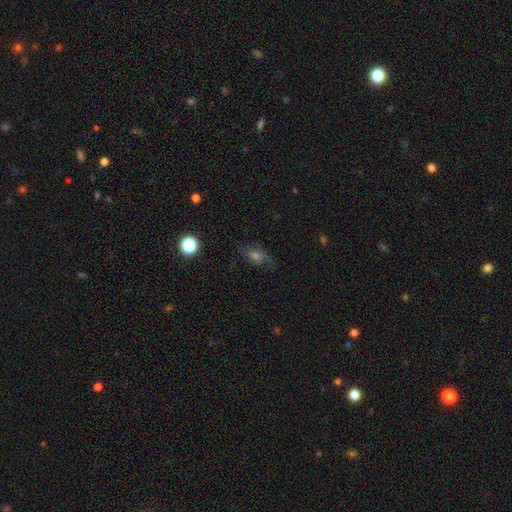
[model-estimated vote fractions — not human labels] This is marginally a featured or disk galaxy (40%). Merging: likely none (66%).